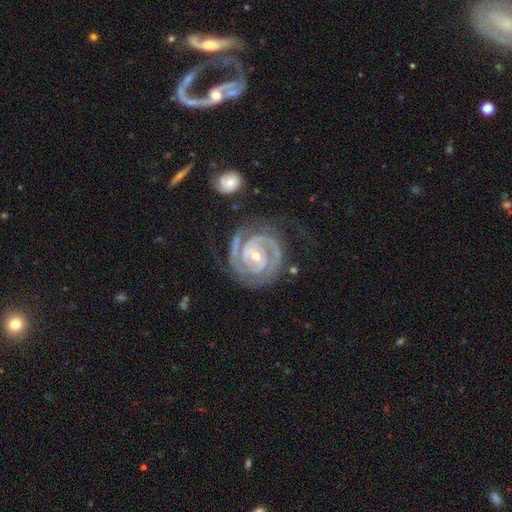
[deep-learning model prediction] Q: Smooth or featured?
A: featured or disk (93%); runner-up: star or artifact (4%)
Q: Edge-on disk?
A: no (98%); runner-up: yes (2%)
Q: Bar?
A: no (51%); runner-up: weak (29%)
Q: Spiral arms?
A: yes (99%); runner-up: no (1%)
Q: Spiral winding?
A: tight (78%); runner-up: medium (20%)
Q: Spiral arm count?
A: 2 (74%); runner-up: 3 (14%)
Q: Bulge size?
A: small (63%); runner-up: moderate (34%)
Q: Merging?
A: none (74%); runner-up: minor disturbance (16%)